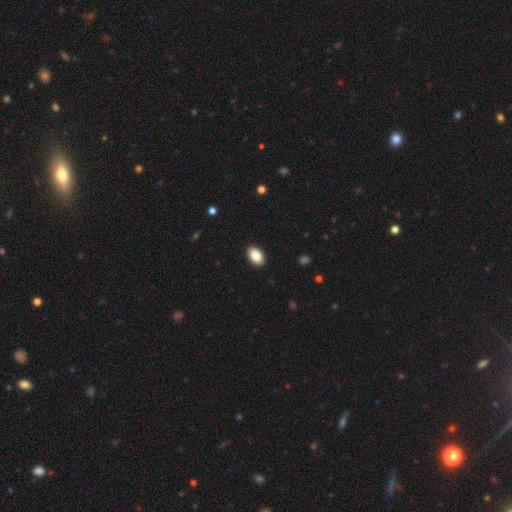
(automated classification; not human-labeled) Q: Smooth or featured?
A: smooth (86%); runner-up: star or artifact (8%)
Q: How rounded?
A: in between (89%); runner-up: round (10%)
Q: Merging?
A: none (91%); runner-up: minor disturbance (7%)